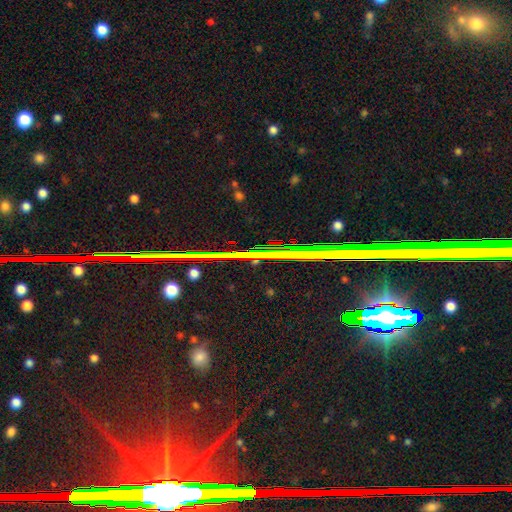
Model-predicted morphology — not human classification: Overall: star or artifact (83%).